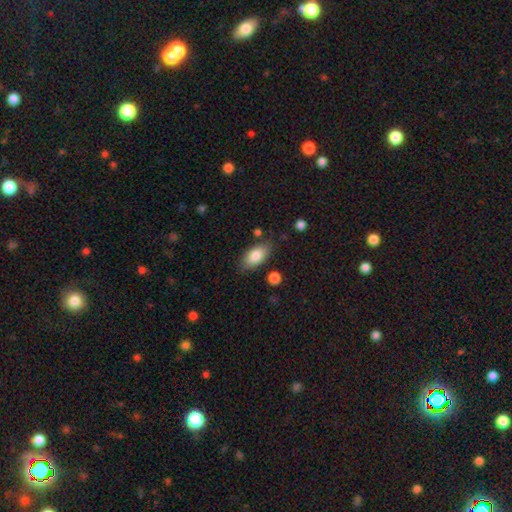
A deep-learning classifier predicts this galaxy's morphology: Smooth or featured: smooth — 83% (featured or disk — 11%)
How rounded: in between — 91% (cigar-shaped — 5%)
Merging: none — 78% (minor disturbance — 15%)